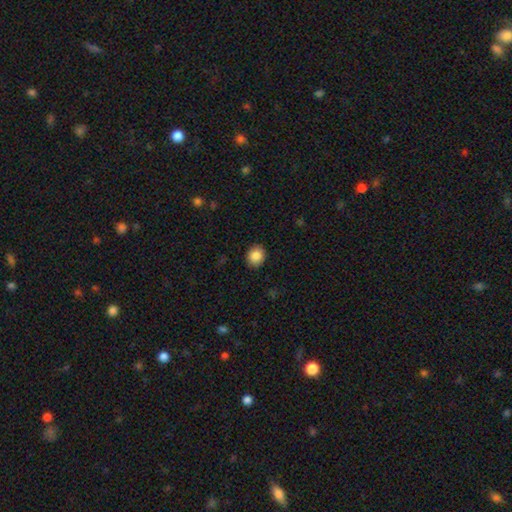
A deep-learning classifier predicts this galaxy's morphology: type=smooth (86%); roundness=round (72%); merging=none (90%).